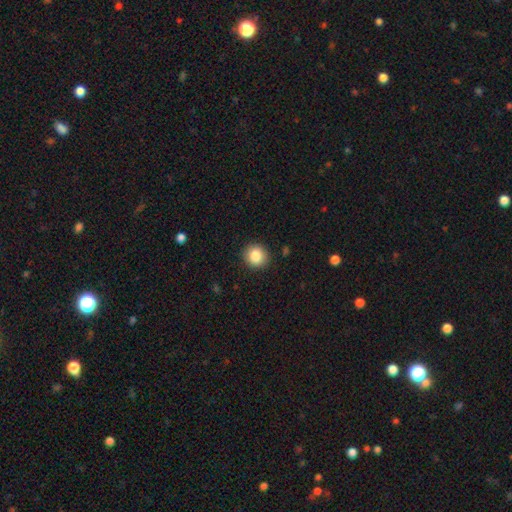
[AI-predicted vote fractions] A smooth galaxy with no disk features (87%) that is round (90%). Merging: none (90%).